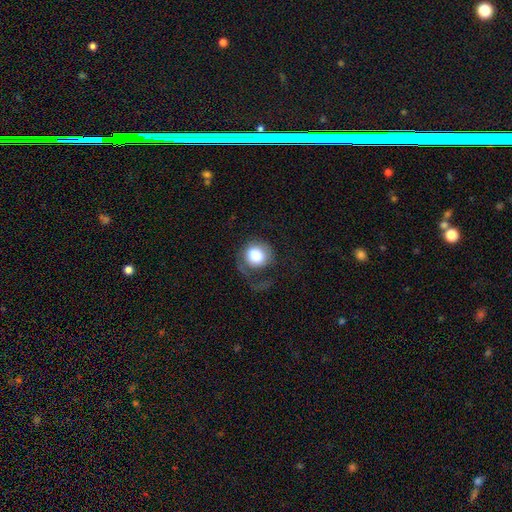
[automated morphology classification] The model was most divided on "merging": major disturbance: 39%, none: 38%, minor disturbance: 21%, merger: 2%. More confident: how rounded — round (81%); smooth or featured — smooth (73%).